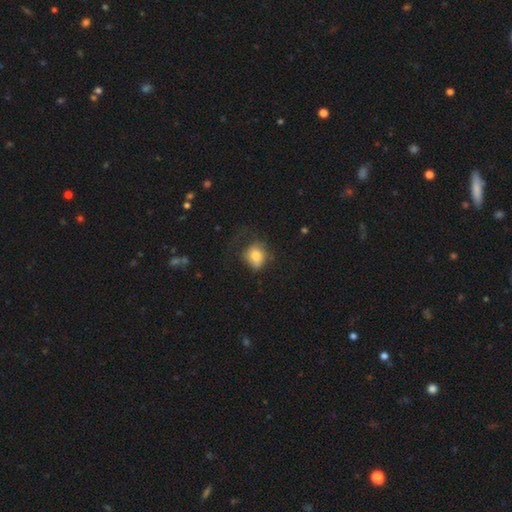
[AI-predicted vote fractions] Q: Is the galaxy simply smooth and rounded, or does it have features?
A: smooth — 76%.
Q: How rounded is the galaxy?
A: round — 57%.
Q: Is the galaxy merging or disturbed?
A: none — 46%.